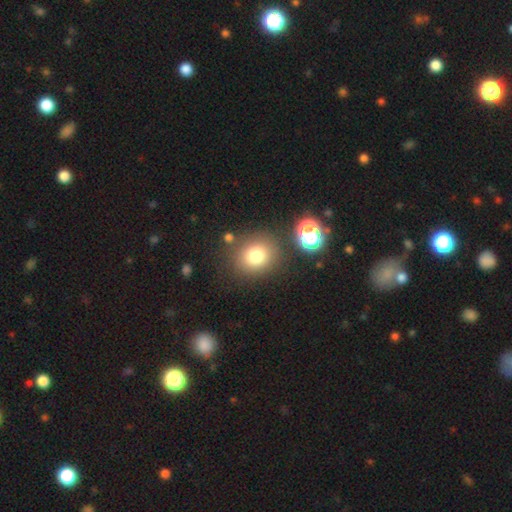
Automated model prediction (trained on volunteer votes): Smooth or featured? Predicted: smooth (p=0.79). How rounded? Predicted: round (p=0.77). Merging? Predicted: none (p=0.79).